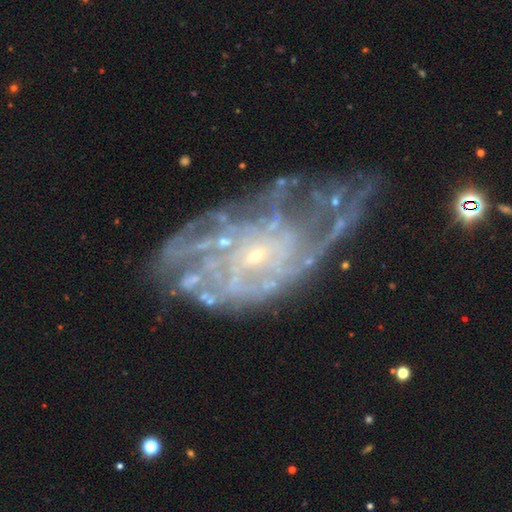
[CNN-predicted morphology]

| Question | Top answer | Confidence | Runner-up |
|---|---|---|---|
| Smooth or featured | featured or disk | 83% | star or artifact (9%) |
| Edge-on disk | no | 95% | yes (5%) |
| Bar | no | 71% | weak (23%) |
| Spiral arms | yes | 87% | no (13%) |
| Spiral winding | tight | 59% | medium (29%) |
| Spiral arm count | can't tell | 49% | more than 4 (13%) |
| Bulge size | small | 82% | moderate (11%) |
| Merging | none | 51% | minor disturbance (24%) |